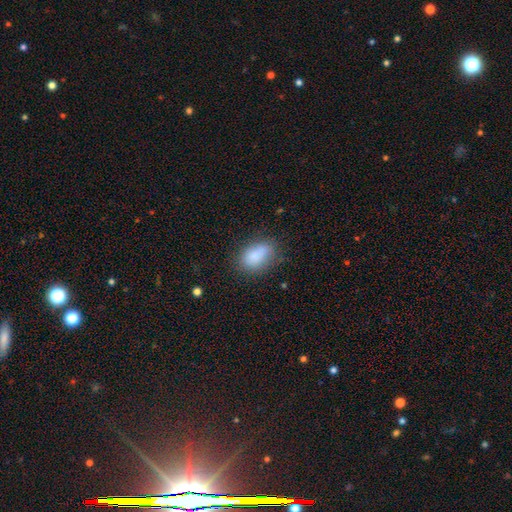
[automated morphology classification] A smooth galaxy with no disk features (84%) that is in between round and cigar-shaped (88%).

Vote fractions:
- Smooth or featured? smooth: 84% / star or artifact: 8% / featured or disk: 8%
- How rounded? in between: 88% / round: 10% / cigar-shaped: 2%
- Merging? none: 69% / minor disturbance: 21% / major disturbance: 7% / merger: 3%